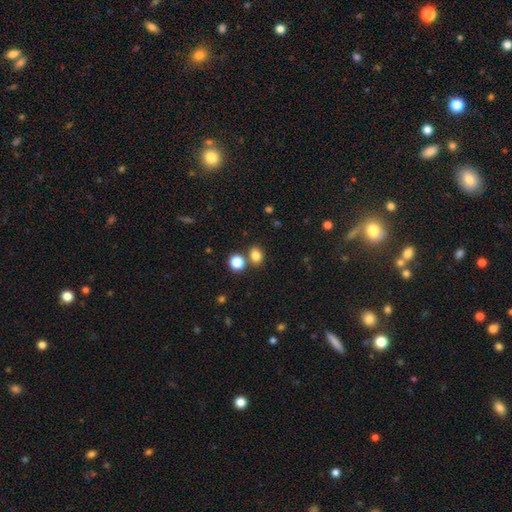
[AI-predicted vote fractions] The model was most divided on "how rounded": in between: 50%, round: 49%, cigar-shaped: 1%. More confident: smooth or featured — smooth (81%); merging — none (69%).